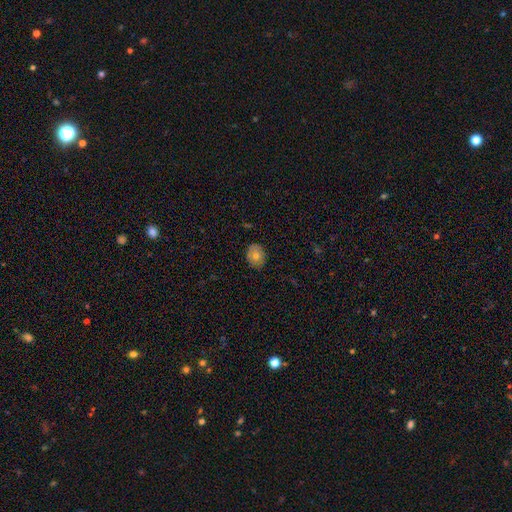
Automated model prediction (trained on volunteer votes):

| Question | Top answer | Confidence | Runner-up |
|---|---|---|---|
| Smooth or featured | smooth | 72% | featured or disk (18%) |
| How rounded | in between | 59% | round (40%) |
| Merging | none | 82% | minor disturbance (14%) |